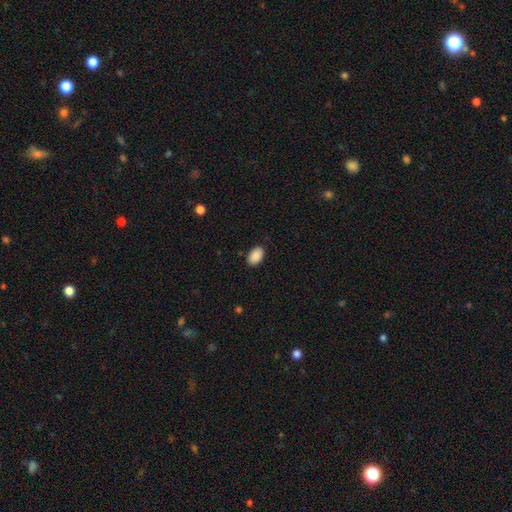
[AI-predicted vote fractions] A smooth galaxy with no disk features (90%) that is in between round and cigar-shaped (91%).

Vote fractions:
- Smooth or featured? smooth: 90% / star or artifact: 7% / featured or disk: 3%
- How rounded? in between: 91% / round: 8% / cigar-shaped: 1%
- Merging? none: 88% / minor disturbance: 9% / major disturbance: 2% / merger: 1%